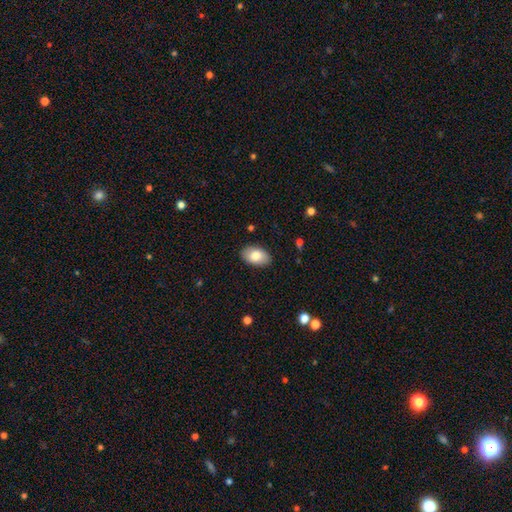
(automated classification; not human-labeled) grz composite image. It shows a smooth galaxy with no disk features (81%) that is in between round and cigar-shaped (92%). Merging: none (87%).